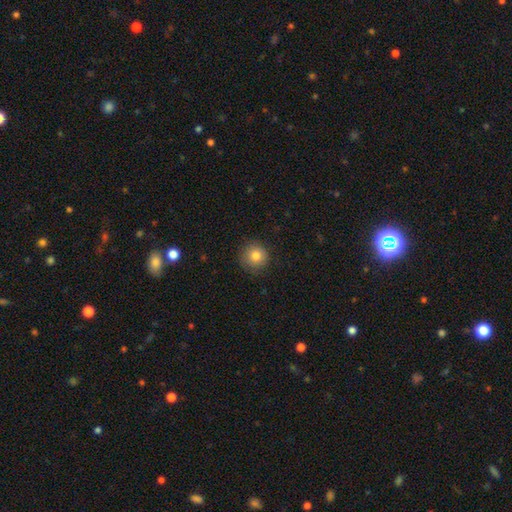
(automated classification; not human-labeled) Overall: smooth (82%). How rounded: round (93%). Merging: none (86%).